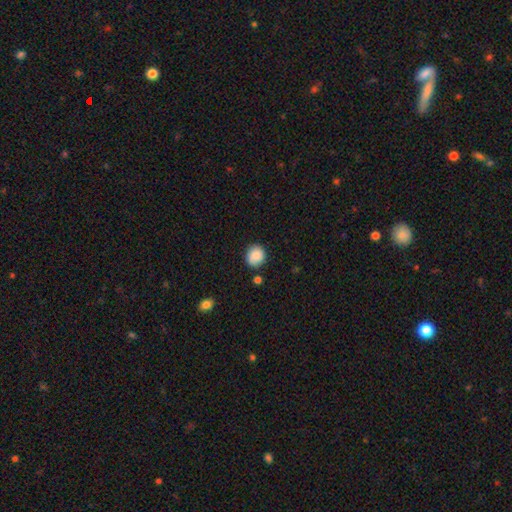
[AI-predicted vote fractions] Smooth or featured? Predicted: smooth (p=0.87). How rounded? Predicted: round (p=0.78). Merging? Predicted: none (p=0.83).